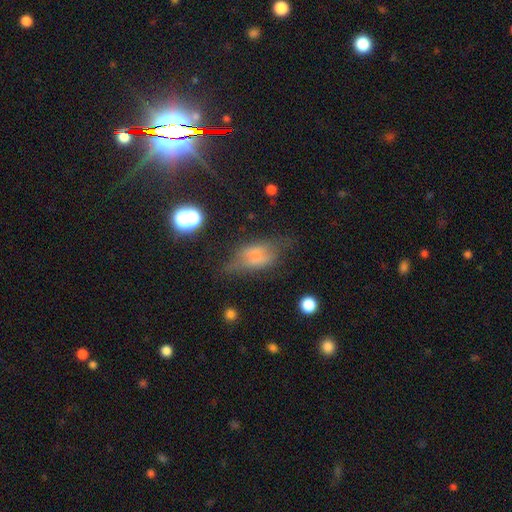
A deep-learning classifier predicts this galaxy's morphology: Smooth or featured?
  - smooth: 52% *
  - featured or disk: 35%
  - star or artifact: 13%
How rounded?
  - in between: 79% *
  - cigar-shaped: 12%
  - round: 9%
Merging?
  - none: 45% *
  - minor disturbance: 29%
  - major disturbance: 23%
  - merger: 4%